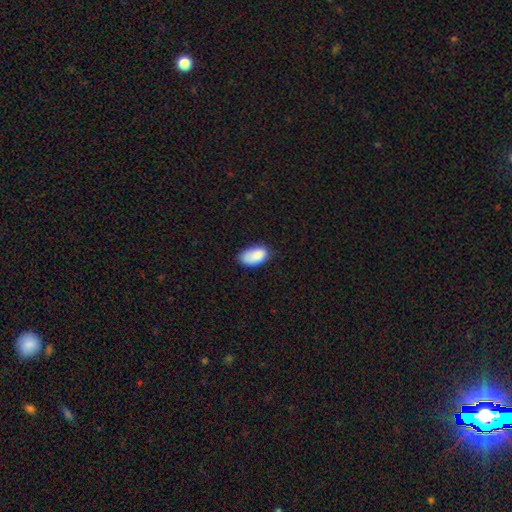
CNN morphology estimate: Smooth or featured? smooth (86%)
How rounded? in between (94%)
Merging? none (59%)